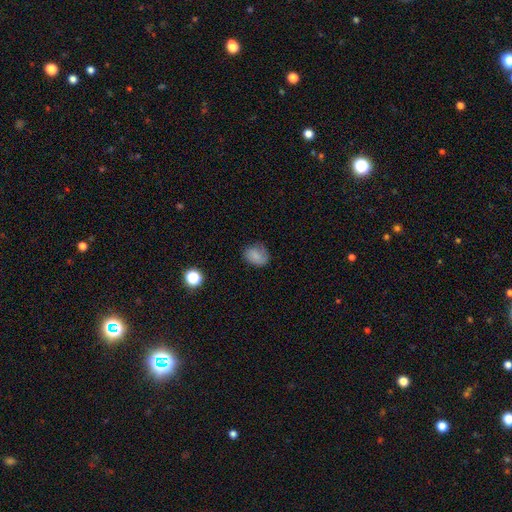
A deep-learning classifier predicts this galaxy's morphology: A smooth galaxy with no disk features (78%) that is in between round and cigar-shaped (59%).

Vote fractions:
- Smooth or featured? smooth: 78% / featured or disk: 11% / star or artifact: 11%
- How rounded? in between: 59% / round: 40% / cigar-shaped: 1%
- Merging? none: 67% / minor disturbance: 24% / major disturbance: 7% / merger: 1%